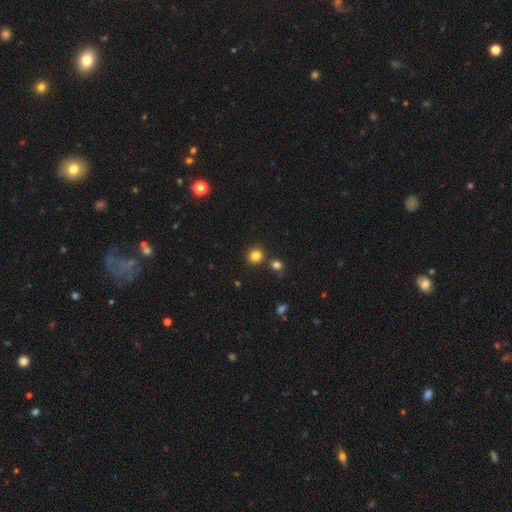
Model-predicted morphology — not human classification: A smooth galaxy with no disk features (82%) that is round (88%).

Vote fractions:
- Smooth or featured? smooth: 82% / star or artifact: 13% / featured or disk: 5%
- How rounded? round: 88% / in between: 11% / cigar-shaped: 1%
- Merging? none: 81% / merger: 9% / minor disturbance: 8% / major disturbance: 3%